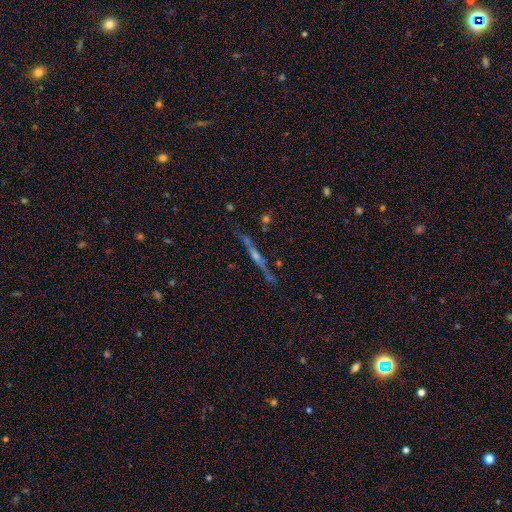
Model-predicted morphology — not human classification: This appears to be a featured or disk galaxy (75%) viewed edge-on (96%) with a rounded central bulge (77%). Merging: none (82%).